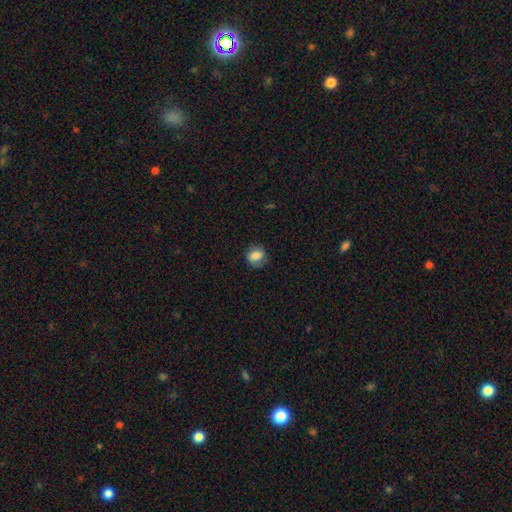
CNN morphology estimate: type=smooth (76%); roundness=round (61%); merging=none (77%).